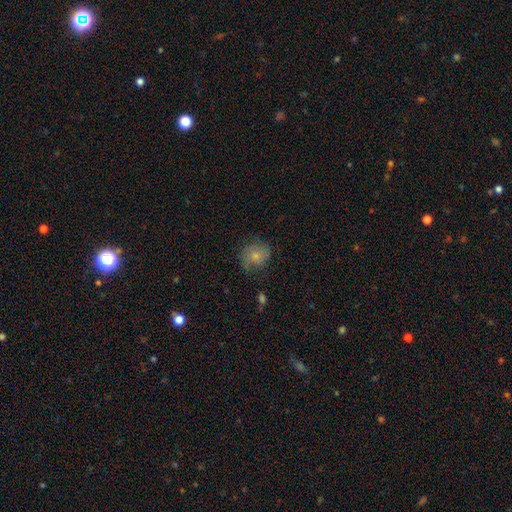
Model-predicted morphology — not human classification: Smooth or featured? smooth (72%)
How rounded? round (72%)
Merging? none (65%)